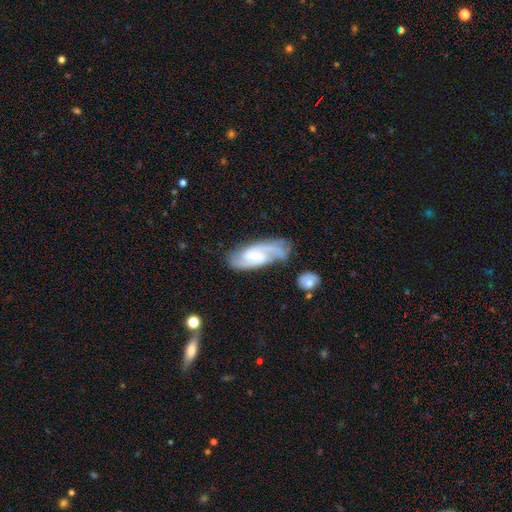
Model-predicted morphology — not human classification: Q: Smooth or featured?
A: featured or disk (86%); runner-up: smooth (9%)
Q: Edge-on disk?
A: no (95%); runner-up: yes (5%)
Q: Bar?
A: weak (50%); runner-up: no (31%)
Q: Spiral arms?
A: yes (97%); runner-up: no (3%)
Q: Spiral winding?
A: medium (52%); runner-up: tight (32%)
Q: Spiral arm count?
A: 2 (85%); runner-up: can't tell (5%)
Q: Bulge size?
A: small (59%); runner-up: moderate (27%)
Q: Merging?
A: none (66%); runner-up: minor disturbance (20%)